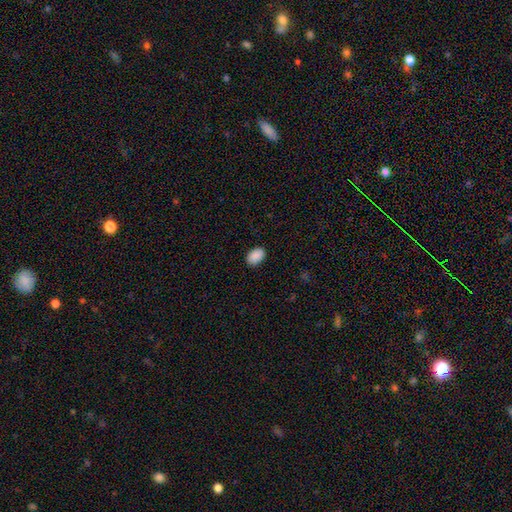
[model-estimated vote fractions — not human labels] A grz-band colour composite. It shows a smooth galaxy with no disk features (90%) that is in between round and cigar-shaped (84%). Merging: none (88%).